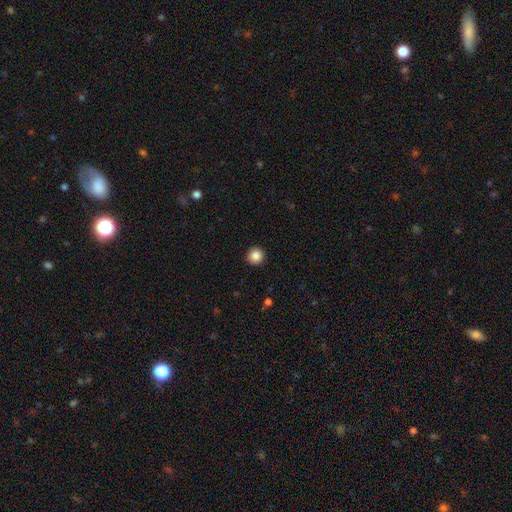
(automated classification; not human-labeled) Morphology: type=smooth (85%); roundness=round (95%); merging=none (93%).